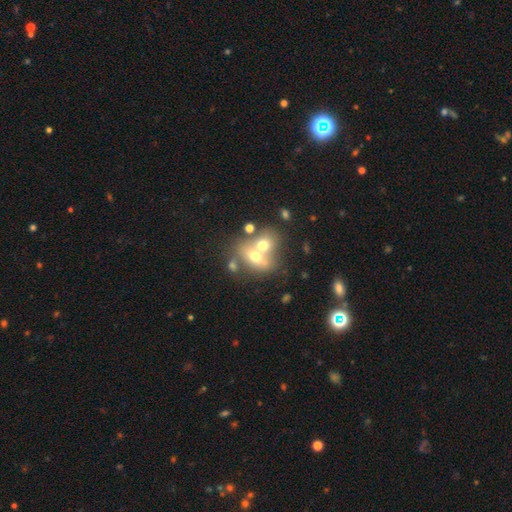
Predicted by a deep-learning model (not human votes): smooth-or-featured: smooth: 60% | featured or disk: 29% | star or artifact: 11%
  how-rounded: in between: 61% | round: 37% | cigar-shaped: 2%
  merging: merger: 63% | none: 25% | minor disturbance: 8% | major disturbance: 5%